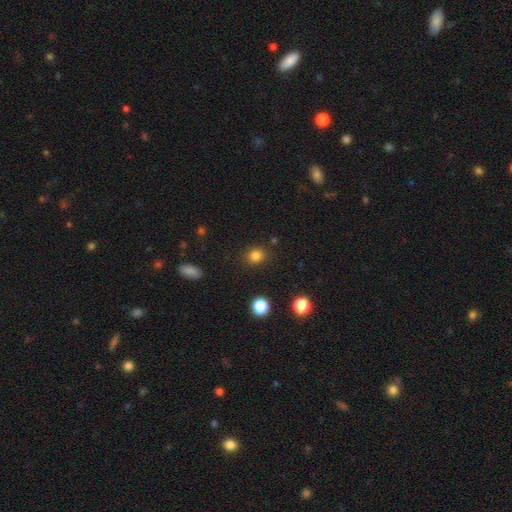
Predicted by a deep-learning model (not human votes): Overall: smooth (82%). How rounded: round (78%). Merging: none (87%).